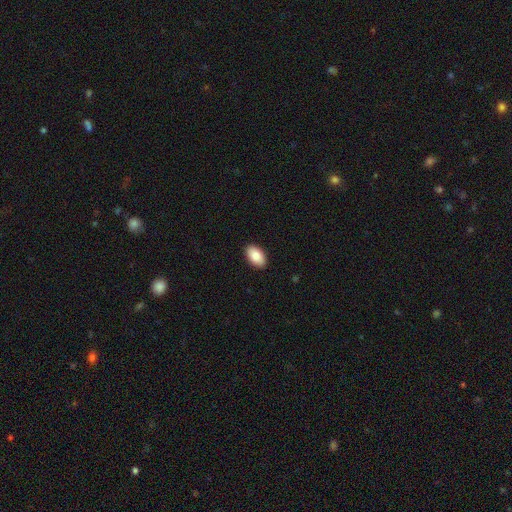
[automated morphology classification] The model was most divided on "smooth or featured": smooth: 85%, featured or disk: 9%, star or artifact: 6%. More confident: how rounded — in between (94%); merging — none (91%).